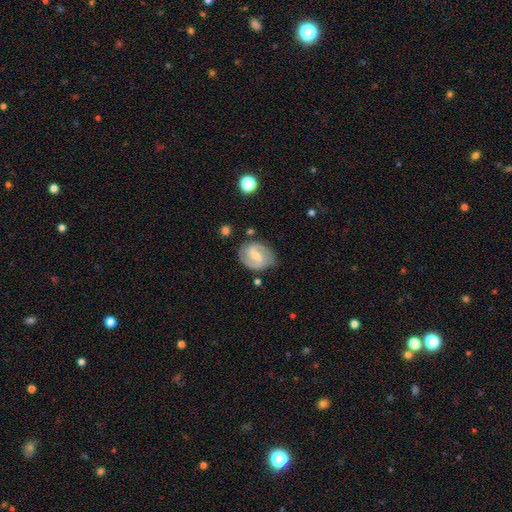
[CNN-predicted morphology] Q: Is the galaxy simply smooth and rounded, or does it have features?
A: featured or disk — 81%.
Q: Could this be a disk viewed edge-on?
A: no — 97%.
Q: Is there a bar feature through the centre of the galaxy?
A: weak — 52%.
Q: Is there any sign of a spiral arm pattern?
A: yes — 94%.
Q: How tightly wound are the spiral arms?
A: medium — 52%.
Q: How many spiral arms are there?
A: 2 — 89%.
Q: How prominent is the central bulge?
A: small — 55%.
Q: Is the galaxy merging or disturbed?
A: none — 77%.